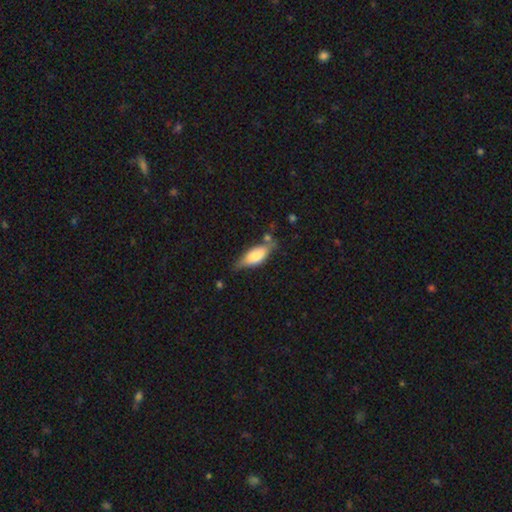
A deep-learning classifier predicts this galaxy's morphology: smooth-or-featured: smooth: 65% | featured or disk: 29% | star or artifact: 7%
  how-rounded: in between: 71% | cigar-shaped: 27% | round: 3%
  merging: none: 60% | minor disturbance: 25% | major disturbance: 7% | merger: 7%